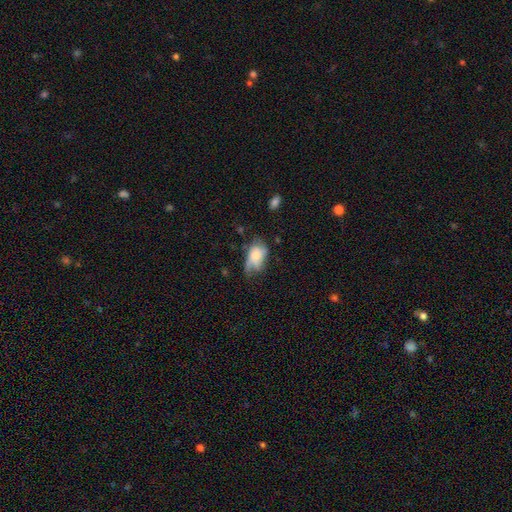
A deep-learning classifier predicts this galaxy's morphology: smooth-or-featured: smooth: 58% | featured or disk: 34% | star or artifact: 9%
  how-rounded: in between: 86% | round: 11% | cigar-shaped: 2%
  merging: minor disturbance: 34% | none: 32% | major disturbance: 29% | merger: 5%